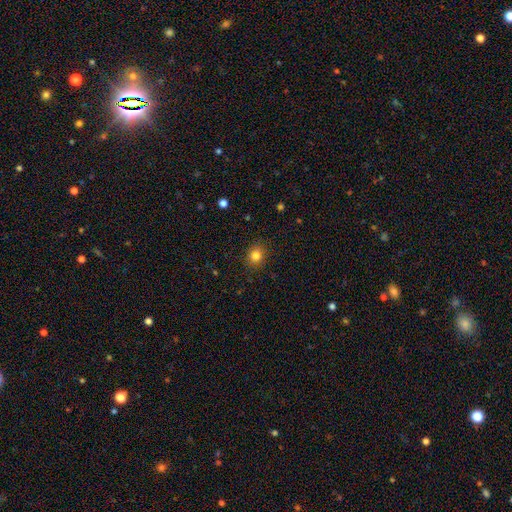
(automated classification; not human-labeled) Smooth or featured?
  - smooth: 82% *
  - star or artifact: 12%
  - featured or disk: 6%
How rounded?
  - round: 75% *
  - in between: 24%
  - cigar-shaped: 1%
Merging?
  - none: 89% *
  - minor disturbance: 8%
  - major disturbance: 2%
  - merger: 1%